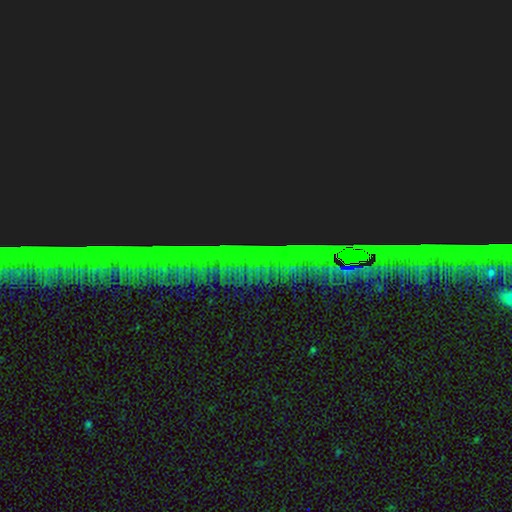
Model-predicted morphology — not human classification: smooth-or-featured: star or artifact: 86% | featured or disk: 8% | smooth: 6%